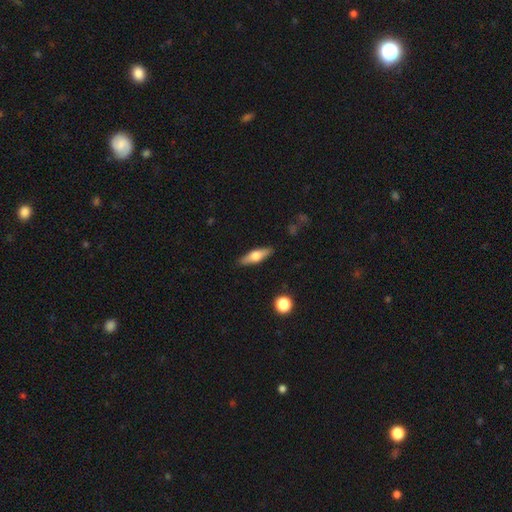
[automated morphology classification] This is possibly a smooth galaxy (52%). How rounded: possibly cigar-shaped (51%). Merging: clearly none (88%).